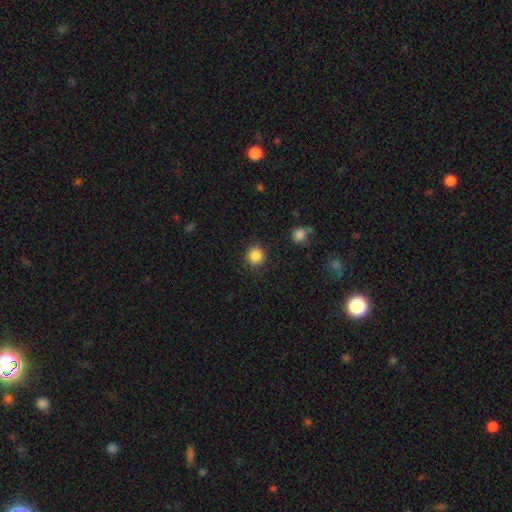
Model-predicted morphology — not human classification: This is clearly a smooth galaxy (86%). How rounded: clearly round (93%). Merging: clearly none (89%).